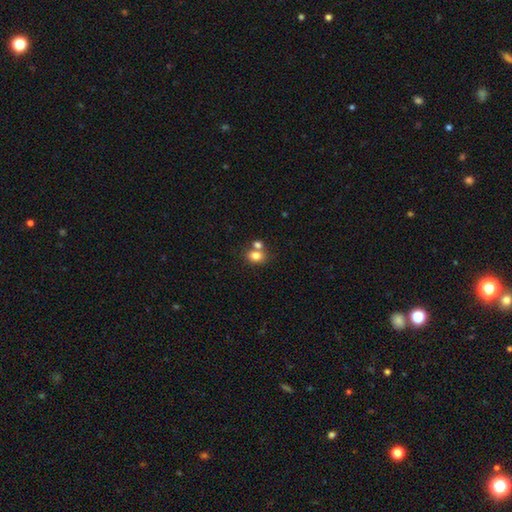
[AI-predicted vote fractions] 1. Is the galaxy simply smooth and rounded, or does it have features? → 79% smooth, 11% star or artifact, 10% featured or disk.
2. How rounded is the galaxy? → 58% in between, 41% round, 1% cigar-shaped.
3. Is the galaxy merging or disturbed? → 50% none, 37% merger, 10% minor disturbance, 3% major disturbance.